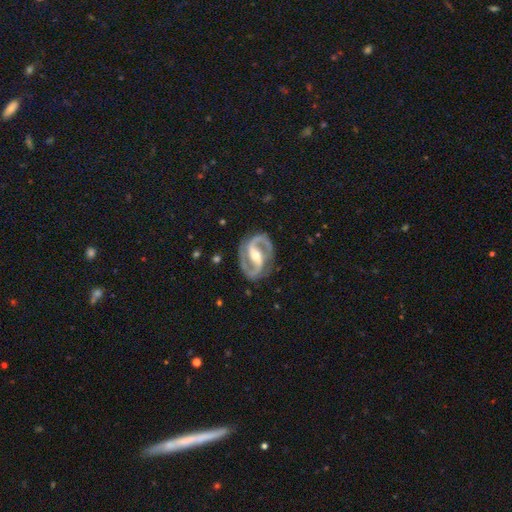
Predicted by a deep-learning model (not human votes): A featured or disk galaxy (93%) with a strong bar (56%), 2 (94%) medium (59%) spiral arms (98%) and a moderate central bulge (60%). Merging: none (85%).